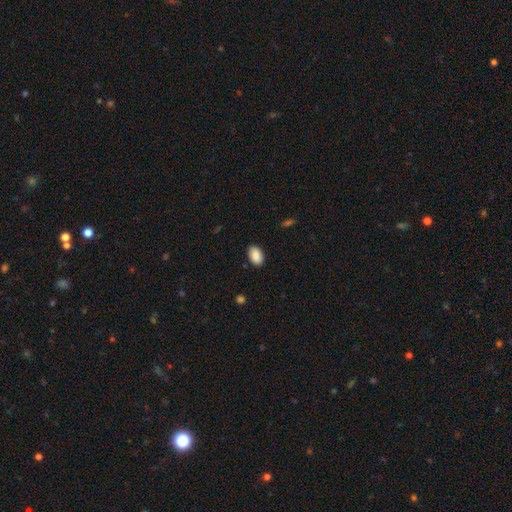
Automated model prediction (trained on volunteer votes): A smooth galaxy with no disk features (89%) that is in between round and cigar-shaped (92%). Merging: none (88%).